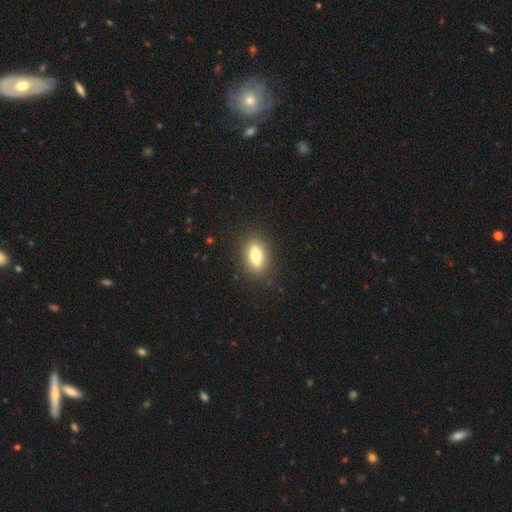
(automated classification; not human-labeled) Overall: smooth (69%). How rounded: in between (79%). Merging: none (87%).